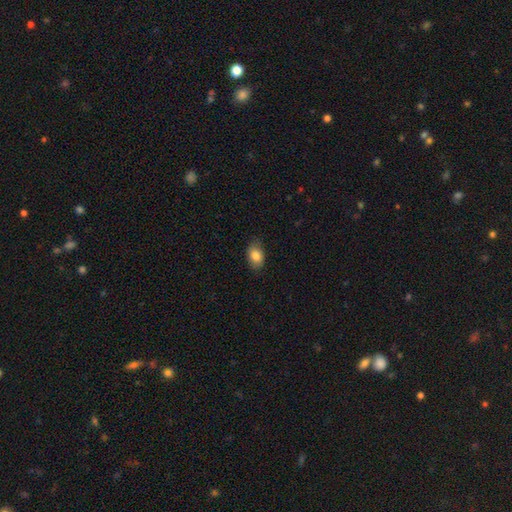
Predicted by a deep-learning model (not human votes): Smooth or featured? Predicted: smooth (p=0.84). How rounded? Predicted: in between (p=0.86). Merging? Predicted: none (p=0.81).